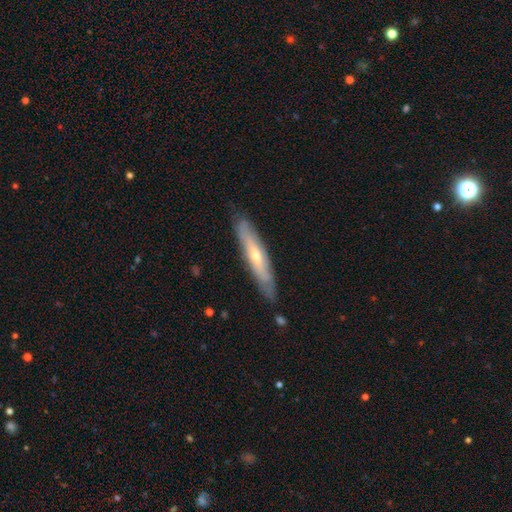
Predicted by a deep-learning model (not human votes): Smooth or featured? Predicted: featured or disk (p=0.53). Edge-on disk? Predicted: yes (p=0.64). Merging? Predicted: none (p=0.81).